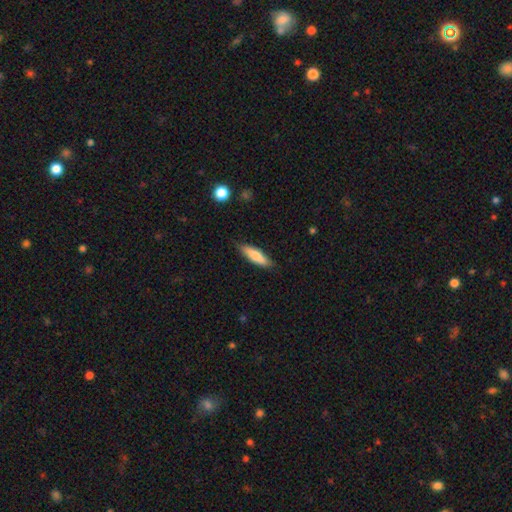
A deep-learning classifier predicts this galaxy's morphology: Q: Smooth or featured?
A: smooth (75%); runner-up: featured or disk (19%)
Q: How rounded?
A: cigar-shaped (68%); runner-up: in between (31%)
Q: Merging?
A: none (82%); runner-up: minor disturbance (14%)